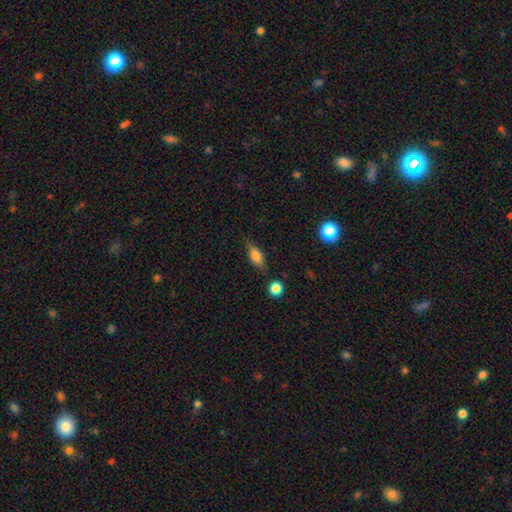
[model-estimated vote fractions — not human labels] Morphology: type=smooth (64%); roundness=in between (70%); merging=none (75%).